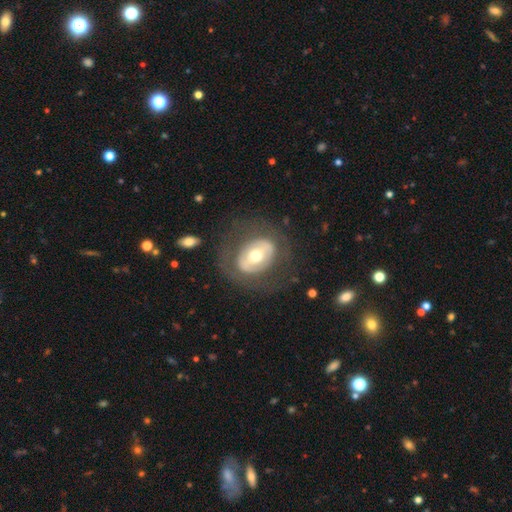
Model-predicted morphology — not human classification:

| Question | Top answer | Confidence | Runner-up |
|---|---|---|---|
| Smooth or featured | featured or disk | 60% | smooth (33%) |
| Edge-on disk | no | 94% | yes (6%) |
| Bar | no | 49% | weak (27%) |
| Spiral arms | no | 71% | yes (29%) |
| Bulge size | moderate | 65% | small (23%) |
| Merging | none | 70% | minor disturbance (14%) |